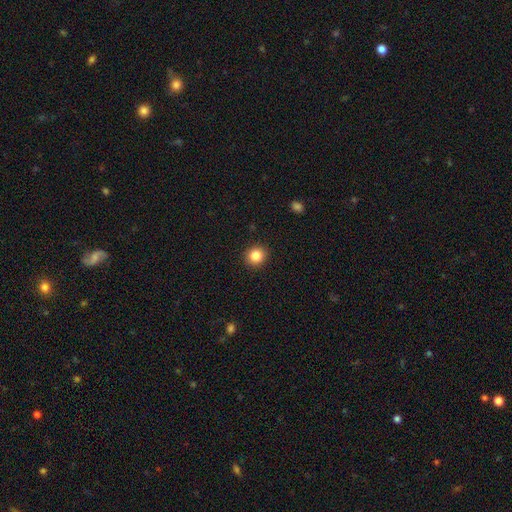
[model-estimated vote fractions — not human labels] This appears to be a smooth galaxy with no disk features (85%) that is round (88%). Merging: none (92%).